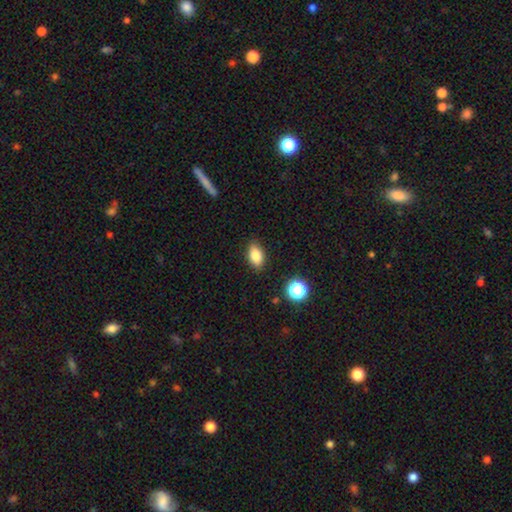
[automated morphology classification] Smooth or featured? Predicted: smooth (p=0.81). How rounded? Predicted: in between (p=0.86). Merging? Predicted: none (p=0.86).